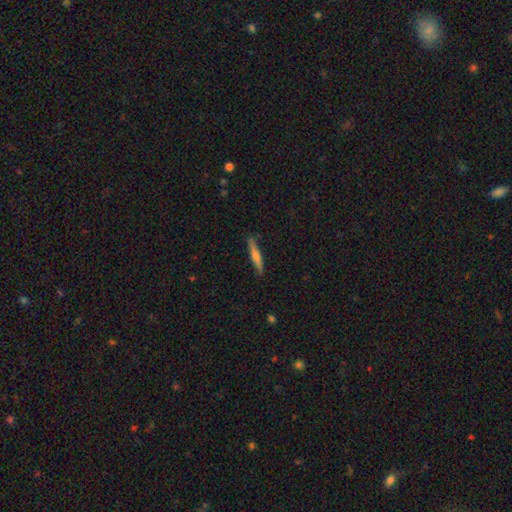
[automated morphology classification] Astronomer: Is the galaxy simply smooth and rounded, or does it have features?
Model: featured or disk — 57% (runner-up: smooth, 37%).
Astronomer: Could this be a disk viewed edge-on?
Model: yes — 97%.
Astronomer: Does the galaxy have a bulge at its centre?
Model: rounded — 76%.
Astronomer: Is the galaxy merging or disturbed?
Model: none — 88%.